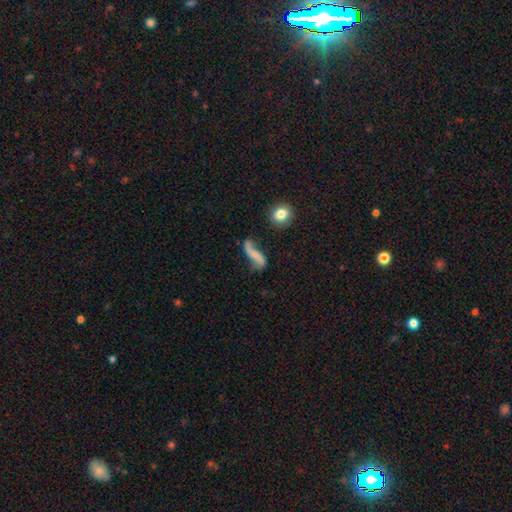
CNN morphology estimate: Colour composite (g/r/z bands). It shows a featured or disk galaxy (57%). Merging: none (49%).